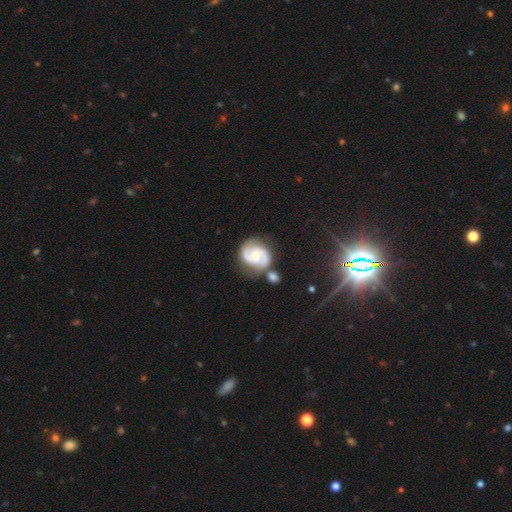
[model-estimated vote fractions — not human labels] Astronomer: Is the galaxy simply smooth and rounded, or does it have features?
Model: featured or disk — 84%.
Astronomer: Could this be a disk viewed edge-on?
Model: no — 98%.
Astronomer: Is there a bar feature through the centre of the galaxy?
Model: no — 56% (runner-up: weak, 36%).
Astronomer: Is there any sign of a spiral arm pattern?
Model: yes — 97%.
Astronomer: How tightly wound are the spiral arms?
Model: medium — 52% (runner-up: tight, 34%).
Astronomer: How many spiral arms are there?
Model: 2 — 91%.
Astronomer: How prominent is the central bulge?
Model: moderate — 47% (runner-up: small, 46%).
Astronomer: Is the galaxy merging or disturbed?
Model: none — 65%.